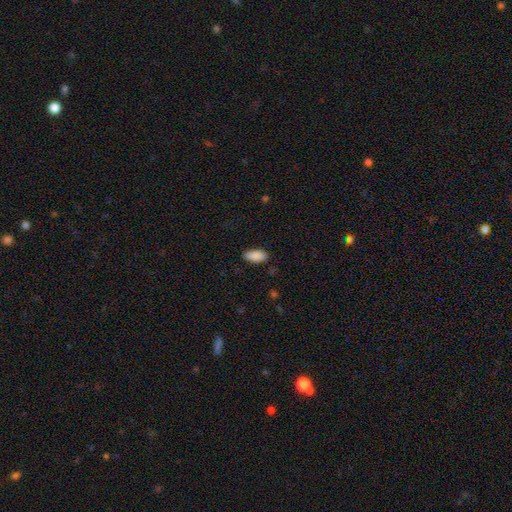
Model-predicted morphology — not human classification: A smooth galaxy with no disk features (90%) that is in between round and cigar-shaped (91%).

Vote fractions:
- Smooth or featured? smooth: 90% / star or artifact: 6% / featured or disk: 4%
- How rounded? in between: 91% / cigar-shaped: 6% / round: 2%
- Merging? none: 85% / minor disturbance: 12% / major disturbance: 2% / merger: 1%